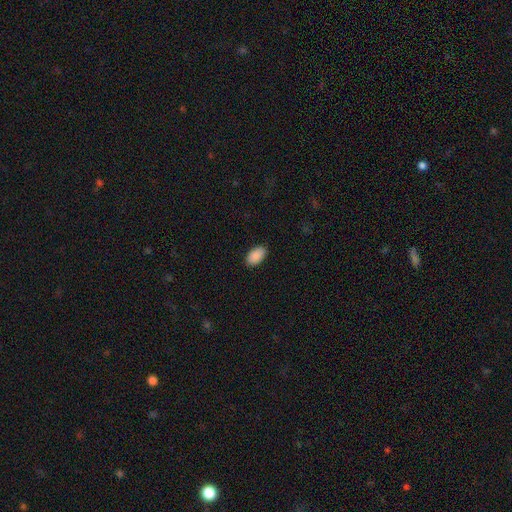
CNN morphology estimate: The model was most divided on "merging": none: 88%, minor disturbance: 9%, major disturbance: 2%, merger: 1%. More confident: how rounded — in between (95%); smooth or featured — smooth (90%).